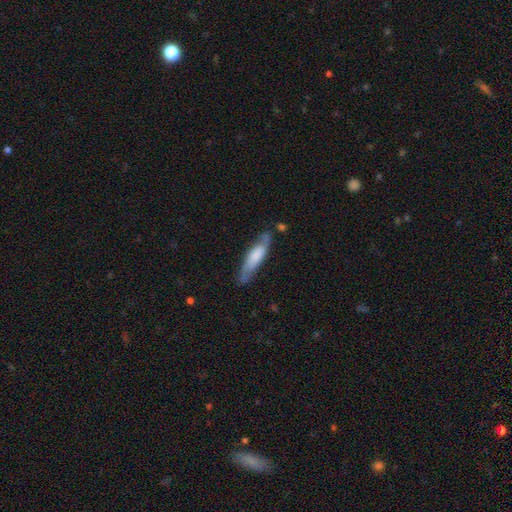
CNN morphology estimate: This is possibly a smooth galaxy (52%). How rounded: likely cigar-shaped (75%). Merging: likely none (67%).